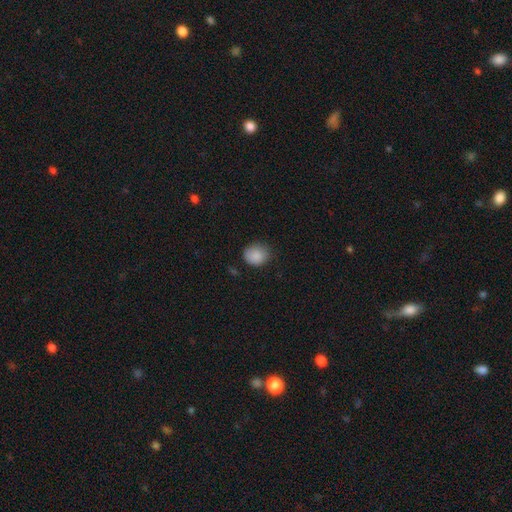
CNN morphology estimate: Overall: smooth (87%). How rounded: round (68%; in between 31%). Merging: none (72%).